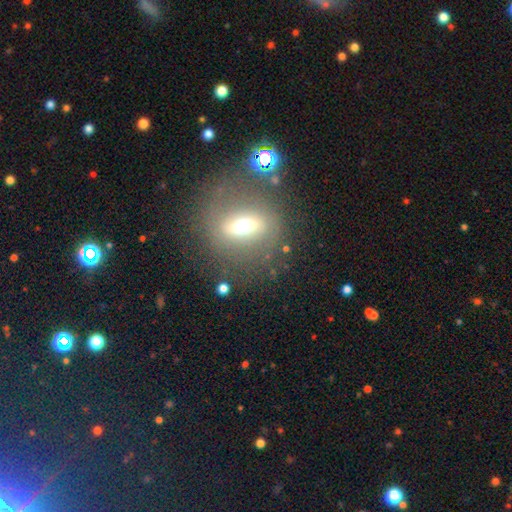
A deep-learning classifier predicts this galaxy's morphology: type=featured or disk (51%); edge-on=no (58%); merging=none (77%).